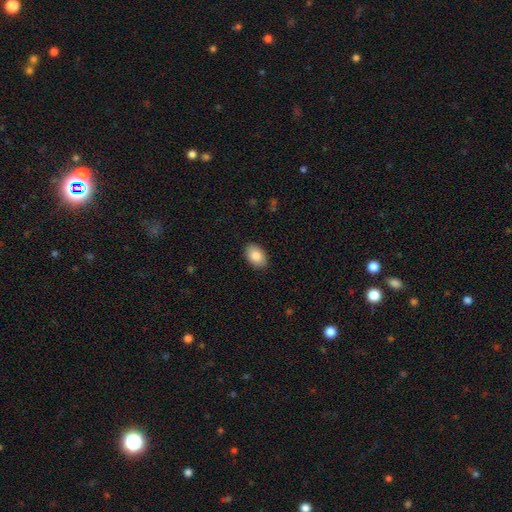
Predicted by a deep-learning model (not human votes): smooth 87%, star or artifact 7%, featured or disk 6%. Down the decision tree: how rounded — in between (87%); merging — none (89%).